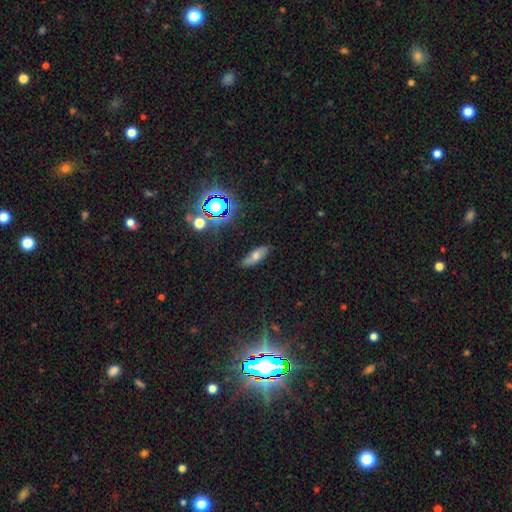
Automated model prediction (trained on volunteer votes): Q: Smooth or featured?
A: smooth (61%); runner-up: featured or disk (25%)
Q: How rounded?
A: in between (59%); runner-up: cigar-shaped (36%)
Q: Merging?
A: none (81%); runner-up: minor disturbance (14%)